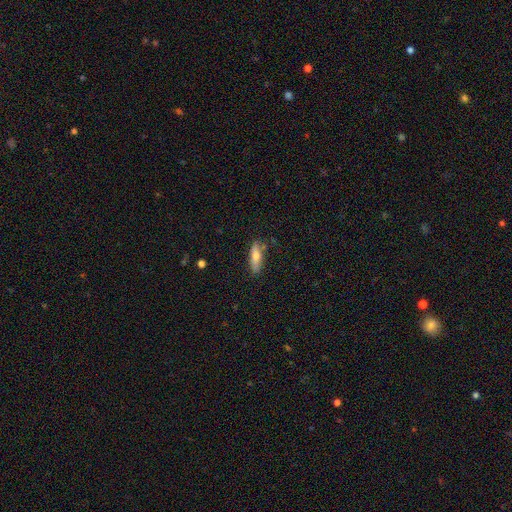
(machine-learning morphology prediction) A smooth galaxy with no disk features (64%) that is cigar-shaped (61%).

Vote fractions:
- Smooth or featured? smooth: 64% / featured or disk: 28% / star or artifact: 8%
- How rounded? cigar-shaped: 61% / in between: 37% / round: 2%
- Merging? none: 75% / minor disturbance: 18% / major disturbance: 4% / merger: 3%